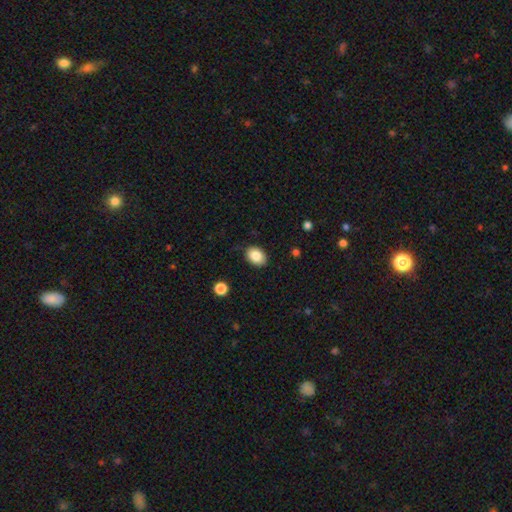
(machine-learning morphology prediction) The model was most divided on "how rounded": in between: 76%, round: 23%, cigar-shaped: 1%. More confident: smooth or featured — smooth (86%); merging — none (85%).